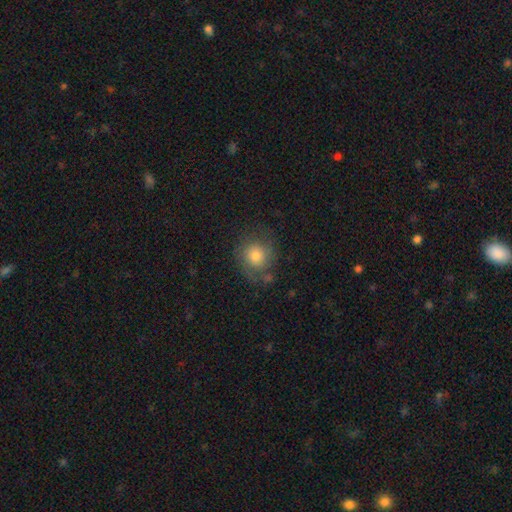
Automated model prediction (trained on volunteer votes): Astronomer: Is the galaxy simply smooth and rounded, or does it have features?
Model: smooth — 65%.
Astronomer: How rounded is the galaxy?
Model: round — 84%.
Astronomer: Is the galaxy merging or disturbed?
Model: none — 64%.